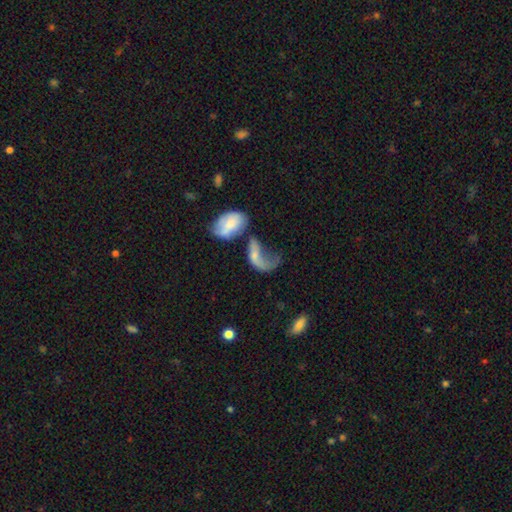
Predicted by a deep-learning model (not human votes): Q: Smooth or featured?
A: featured or disk (46%); runner-up: smooth (45%)
Q: Merging?
A: major disturbance (46%); runner-up: merger (30%)